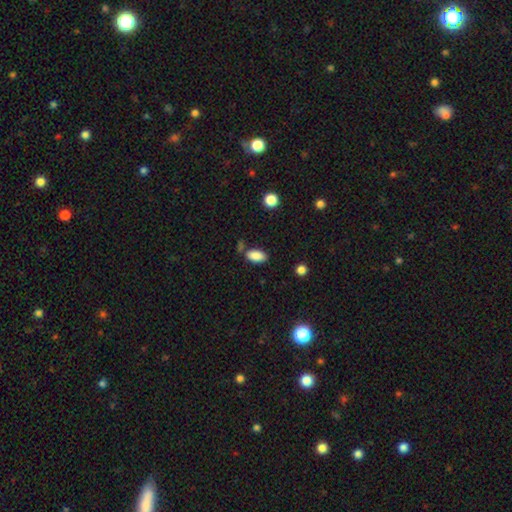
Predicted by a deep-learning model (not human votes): A smooth galaxy with no disk features (87%) that is in between round and cigar-shaped (92%).

Vote fractions:
- Smooth or featured? smooth: 87% / star or artifact: 8% / featured or disk: 5%
- How rounded? in between: 92% / cigar-shaped: 4% / round: 4%
- Merging? none: 70% / minor disturbance: 16% / merger: 9% / major disturbance: 4%